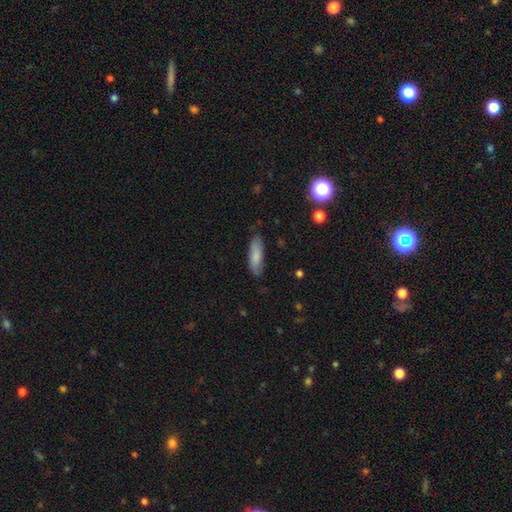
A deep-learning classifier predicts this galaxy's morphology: smooth_or_featured: smooth (p=0.80) [alt: featured or disk p=0.14]
how_rounded: cigar-shaped (p=0.51) [alt: in between p=0.48]
merging: none (p=0.80) [alt: minor disturbance p=0.16]